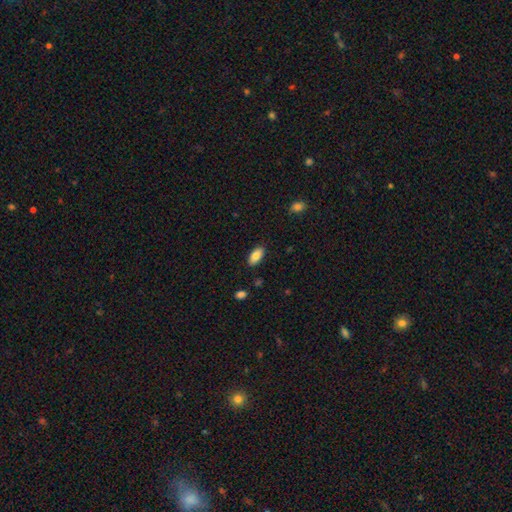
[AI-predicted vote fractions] Smooth or featured? smooth (85%)
How rounded? in between (92%)
Merging? none (87%)